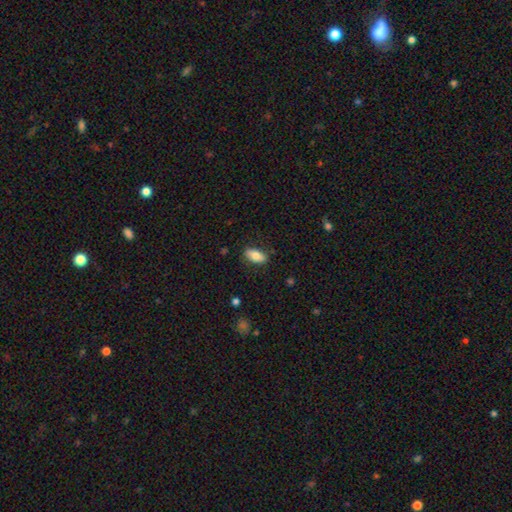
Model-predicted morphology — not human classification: smooth 76%, featured or disk 18%, star or artifact 7%. Down the decision tree: how rounded — in between (87%); merging — none (83%).